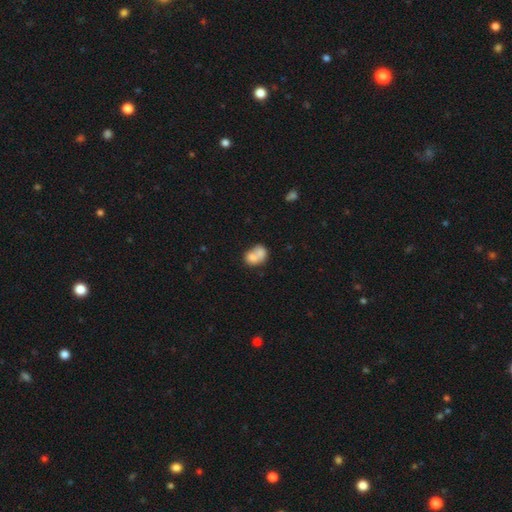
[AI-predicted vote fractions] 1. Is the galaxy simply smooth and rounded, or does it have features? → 71% smooth, 20% featured or disk, 9% star or artifact.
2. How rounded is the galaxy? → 56% in between, 43% round, 1% cigar-shaped.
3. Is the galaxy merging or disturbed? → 67% merger, 20% none, 8% minor disturbance, 5% major disturbance.